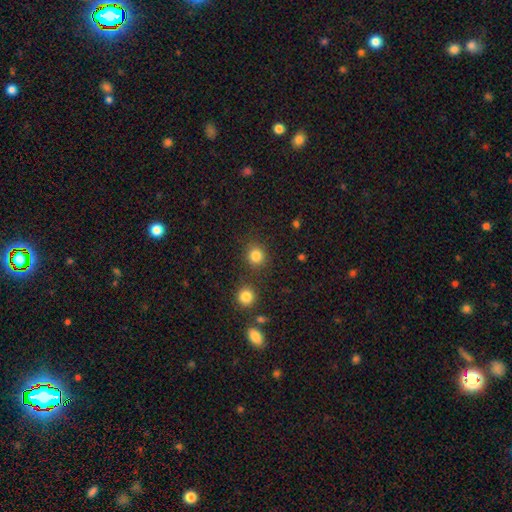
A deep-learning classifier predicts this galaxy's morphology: smooth 82%, star or artifact 13%, featured or disk 5%. Down the decision tree: how rounded — round (88%); merging — none (83%).